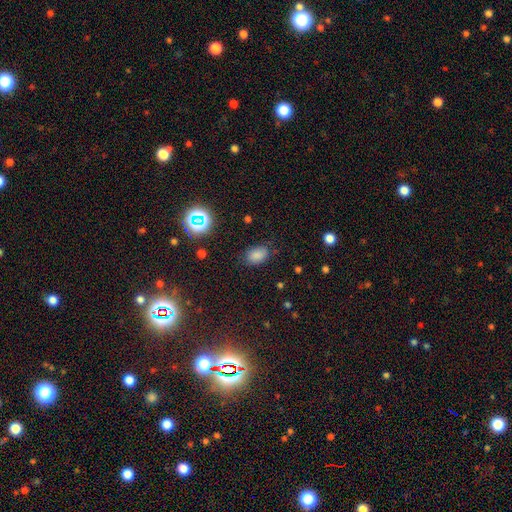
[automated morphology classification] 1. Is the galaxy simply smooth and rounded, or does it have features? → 77% smooth, 16% star or artifact, 6% featured or disk.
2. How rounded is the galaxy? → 81% in between, 18% round, 1% cigar-shaped.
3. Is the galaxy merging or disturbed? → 76% none, 17% minor disturbance, 5% major disturbance, 2% merger.